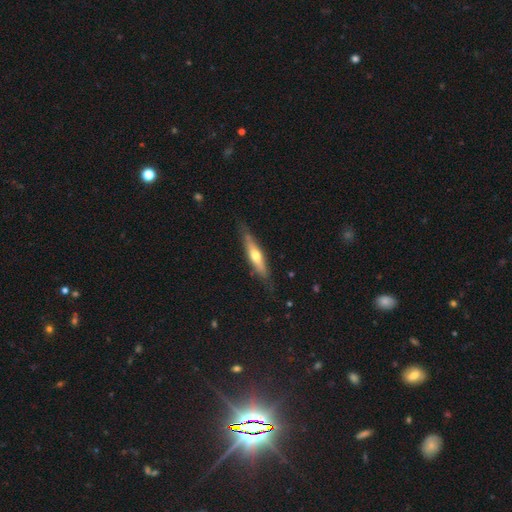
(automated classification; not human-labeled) Q: Smooth or featured?
A: featured or disk (52%); runner-up: smooth (43%)
Q: Edge-on disk?
A: yes (87%); runner-up: no (13%)
Q: Merging?
A: none (78%); runner-up: minor disturbance (17%)